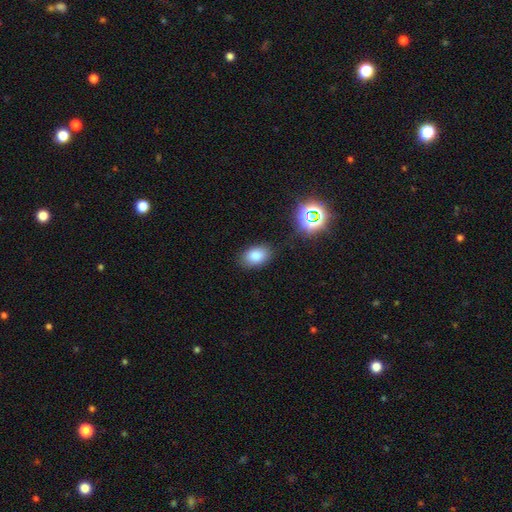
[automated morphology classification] The model was most divided on "smooth or featured": smooth: 81%, star or artifact: 12%, featured or disk: 7%. More confident: how rounded — in between (86%); merging — none (83%).